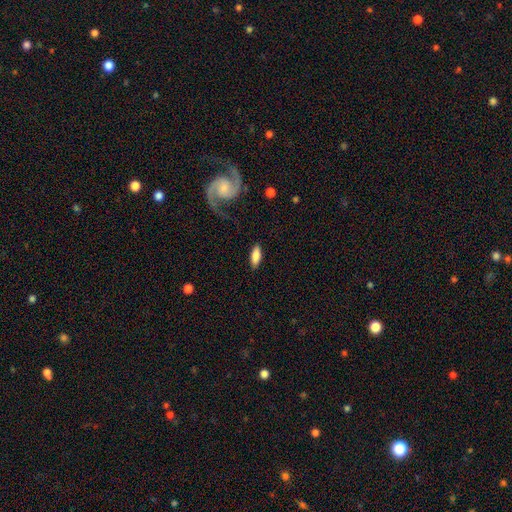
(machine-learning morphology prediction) smooth-or-featured: smooth: 81% | featured or disk: 13% | star or artifact: 6%
  how-rounded: in between: 73% | cigar-shaped: 25% | round: 2%
  merging: none: 85% | minor disturbance: 10% | major disturbance: 4% | merger: 2%